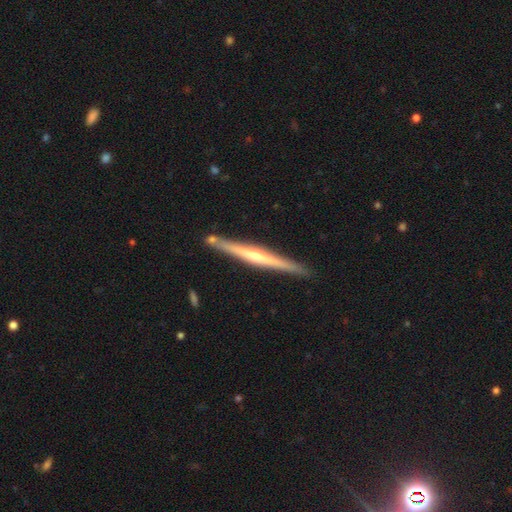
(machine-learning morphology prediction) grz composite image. It shows a featured or disk galaxy (74%) viewed edge-on (98%) with a rounded central bulge (66%). Merging: none (87%).